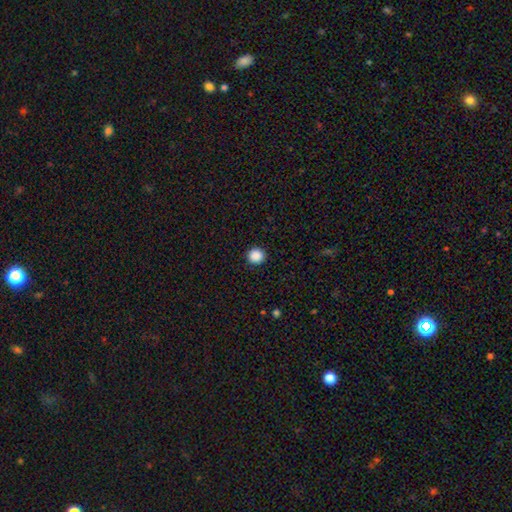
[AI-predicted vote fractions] This appears to be a smooth galaxy with no disk features (88%) that is round (95%). Merging: none (93%).